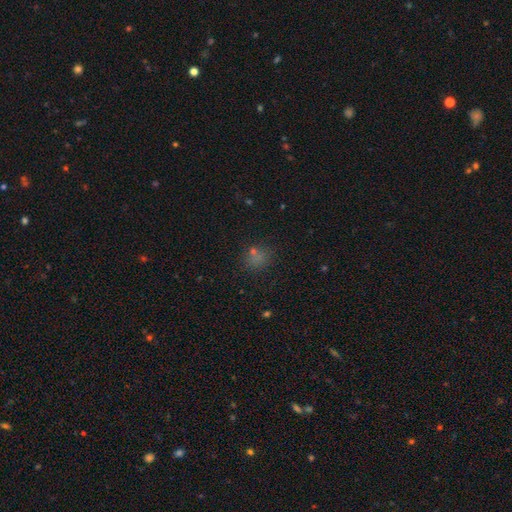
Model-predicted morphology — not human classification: A smooth galaxy with no disk features (61%) that is round (78%). Merging: none (72%).